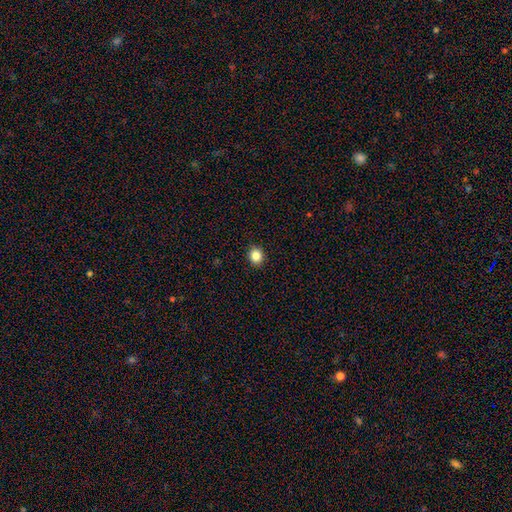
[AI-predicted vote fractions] smooth_or_featured: smooth (p=0.85) [alt: star or artifact p=0.10]
how_rounded: round (p=0.74) [alt: in between p=0.25]
merging: none (p=0.91) [alt: minor disturbance p=0.06]